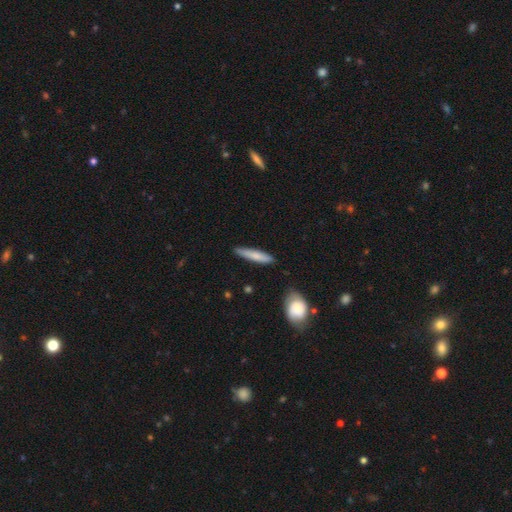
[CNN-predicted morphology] smooth-or-featured: smooth: 74% | featured or disk: 20% | star or artifact: 6%
  how-rounded: cigar-shaped: 87% | in between: 12% | round: 2%
  merging: none: 84% | minor disturbance: 12% | merger: 2% | major disturbance: 2%